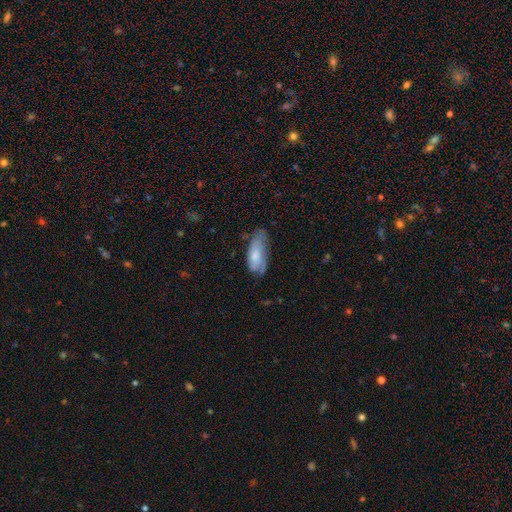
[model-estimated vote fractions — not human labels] A smooth galaxy with no disk features (71%) that is in between round and cigar-shaped (79%). Merging: minor disturbance (40%).